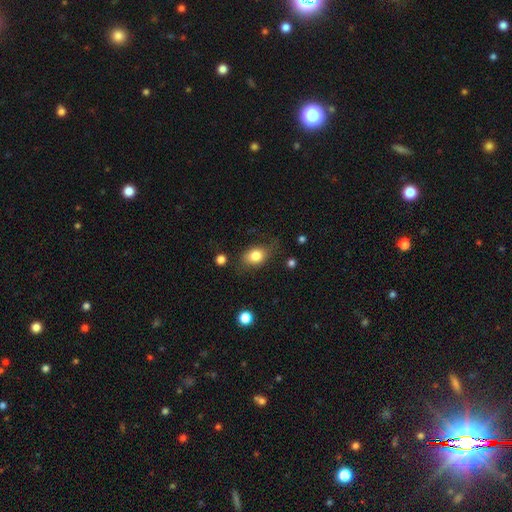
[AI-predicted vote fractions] The model was most divided on "how rounded": in between: 67%, round: 32%, cigar-shaped: 1%. More confident: smooth or featured — smooth (80%); merging — none (70%).